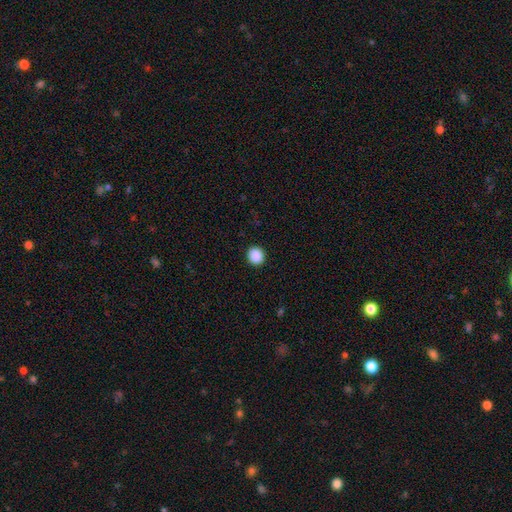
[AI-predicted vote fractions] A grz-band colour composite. It shows a smooth galaxy with no disk features (89%) that is round (87%). Merging: none (93%).